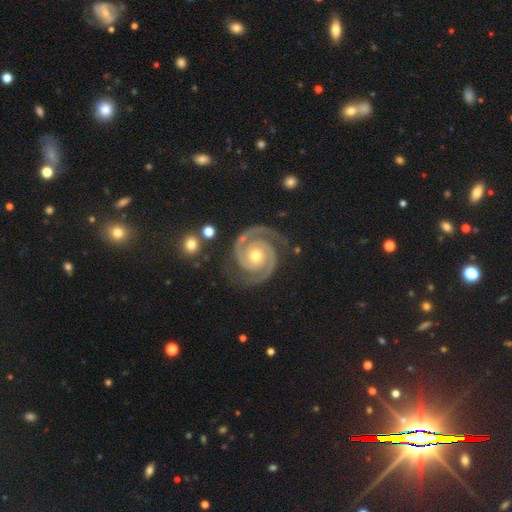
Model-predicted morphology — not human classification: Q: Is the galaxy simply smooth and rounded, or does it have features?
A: featured or disk — 94%.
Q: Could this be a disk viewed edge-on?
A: no — 98%.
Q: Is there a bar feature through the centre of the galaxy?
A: no — 75%.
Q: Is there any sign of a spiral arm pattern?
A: yes — 99%.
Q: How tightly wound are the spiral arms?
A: tight — 67%.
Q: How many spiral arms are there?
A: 2 — 94%.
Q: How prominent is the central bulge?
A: moderate — 67%.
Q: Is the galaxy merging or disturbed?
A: none — 84%.